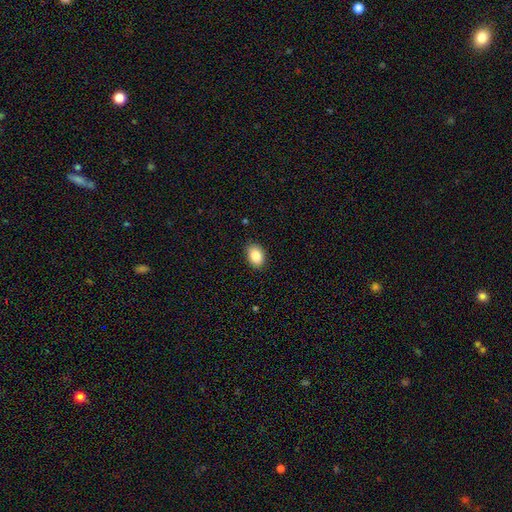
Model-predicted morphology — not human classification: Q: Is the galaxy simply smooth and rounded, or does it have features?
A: smooth — 86%.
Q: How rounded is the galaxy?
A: in between — 81%.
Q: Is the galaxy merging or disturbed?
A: none — 87%.